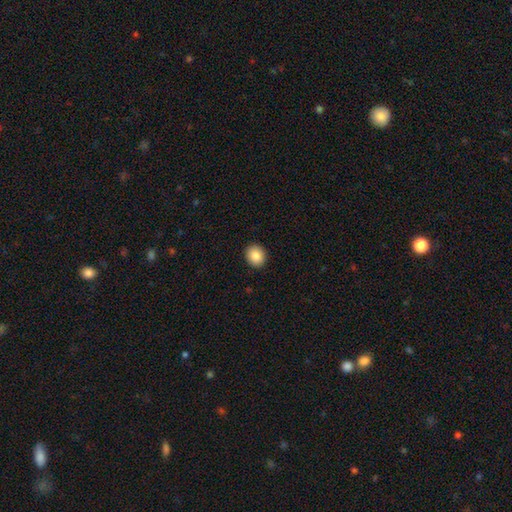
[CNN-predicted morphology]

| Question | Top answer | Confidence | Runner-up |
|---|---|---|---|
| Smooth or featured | smooth | 87% | star or artifact (8%) |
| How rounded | round | 71% | in between (28%) |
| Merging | none | 92% | minor disturbance (6%) |